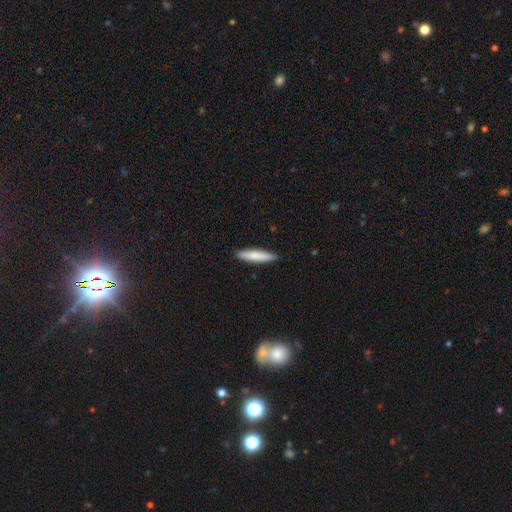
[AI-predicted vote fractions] A smooth galaxy with no disk features (79%) that is cigar-shaped (88%).

Vote fractions:
- Smooth or featured? smooth: 79% / featured or disk: 16% / star or artifact: 5%
- How rounded? cigar-shaped: 88% / in between: 11% / round: 1%
- Merging? none: 90% / minor disturbance: 7% / major disturbance: 1% / merger: 1%